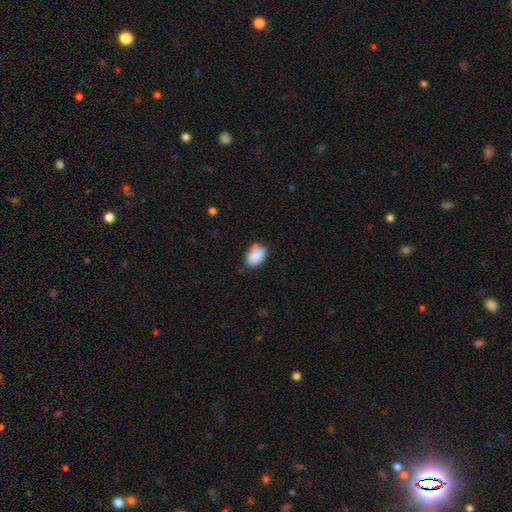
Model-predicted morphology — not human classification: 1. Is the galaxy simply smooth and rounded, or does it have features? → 88% smooth, 7% star or artifact, 5% featured or disk.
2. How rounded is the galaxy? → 83% in between, 16% round, 1% cigar-shaped.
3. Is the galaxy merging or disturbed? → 72% none, 22% minor disturbance, 4% major disturbance, 2% merger.